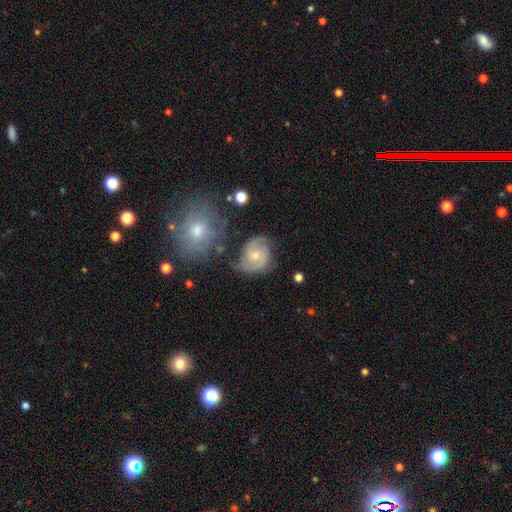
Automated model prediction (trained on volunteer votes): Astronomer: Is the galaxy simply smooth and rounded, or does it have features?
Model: featured or disk — 85%.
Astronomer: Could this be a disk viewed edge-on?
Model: no — 98%.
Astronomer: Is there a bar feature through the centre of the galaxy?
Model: no — 61%.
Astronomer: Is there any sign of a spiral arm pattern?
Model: yes — 97%.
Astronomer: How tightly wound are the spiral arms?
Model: medium — 50% (runner-up: tight, 38%).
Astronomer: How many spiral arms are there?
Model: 2 — 82%.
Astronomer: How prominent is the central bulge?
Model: small — 55% (runner-up: moderate, 40%).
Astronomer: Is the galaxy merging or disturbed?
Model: none — 67%.